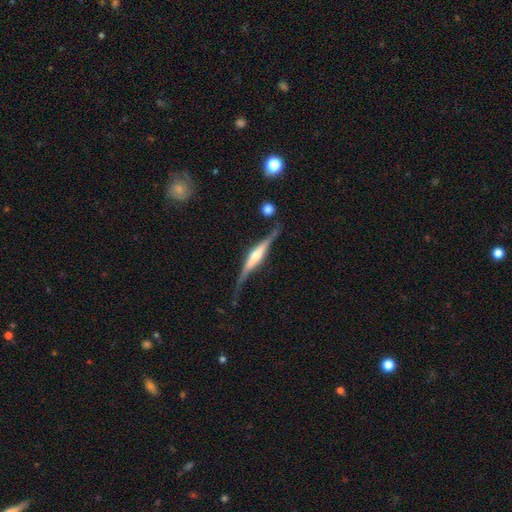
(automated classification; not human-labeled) A featured or disk galaxy (80%) viewed edge-on (95%) with a rounded central bulge (70%).

Vote fractions:
- Smooth or featured? featured or disk: 80% / smooth: 15% / star or artifact: 5%
- Edge-on disk? yes: 95% / no: 5%
- Edge-on bulge? rounded: 70% / boxy: 22% / none: 8%
- Merging? none: 64% / minor disturbance: 22% / major disturbance: 9% / merger: 4%